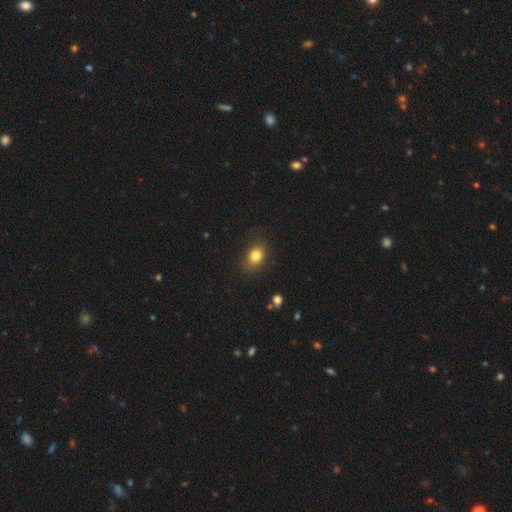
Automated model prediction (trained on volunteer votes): Overall: smooth (81%). How rounded: in between (68%; round 30%). Merging: none (81%).